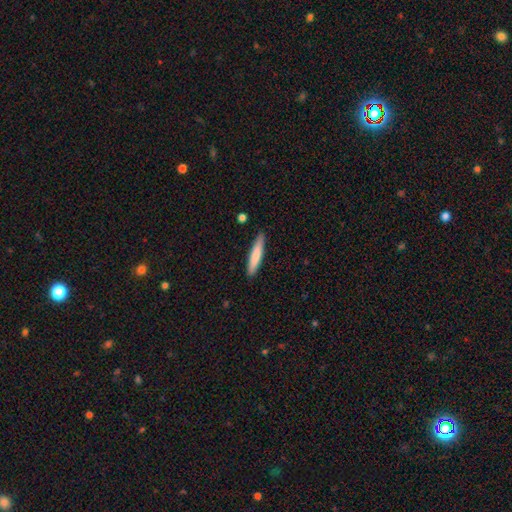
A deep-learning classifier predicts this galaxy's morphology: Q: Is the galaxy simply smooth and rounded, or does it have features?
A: smooth — 78%.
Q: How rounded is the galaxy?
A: cigar-shaped — 91%.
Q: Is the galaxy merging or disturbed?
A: none — 88%.